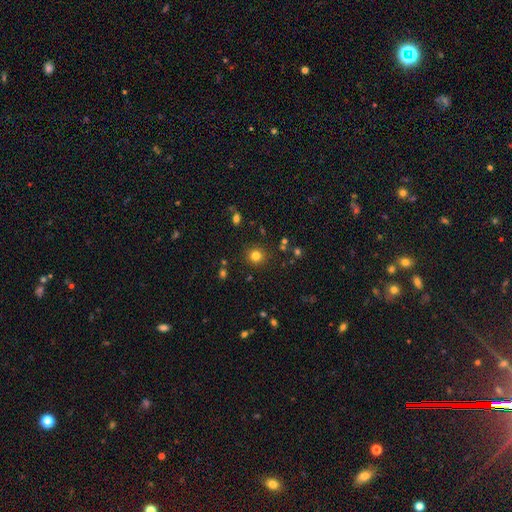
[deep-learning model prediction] The model was most divided on "smooth or featured": smooth: 79%, star or artifact: 15%, featured or disk: 6%. More confident: how rounded — round (90%); merging — none (88%).